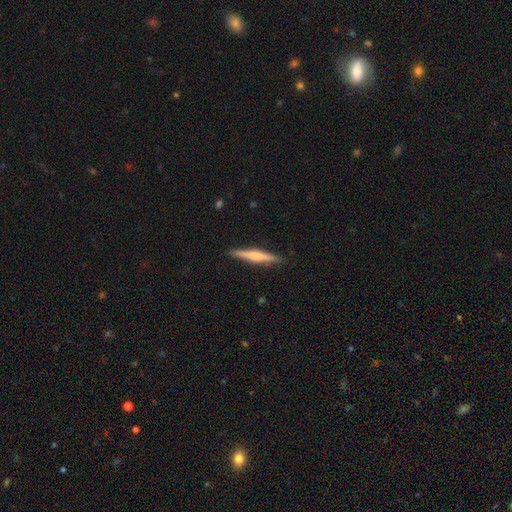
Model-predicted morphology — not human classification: This appears to be a featured or disk galaxy (54%) viewed edge-on (97%) with a rounded central bulge (66%). Merging: none (90%).